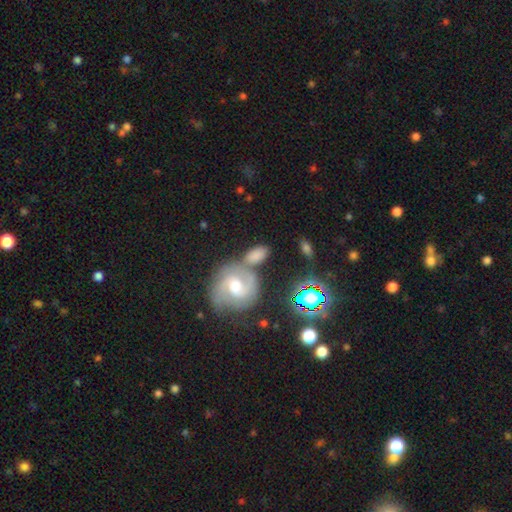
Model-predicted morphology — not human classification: smooth 56%, featured or disk 32%, star or artifact 12%. Down the decision tree: how rounded — in between (79%); merging — none (48%).